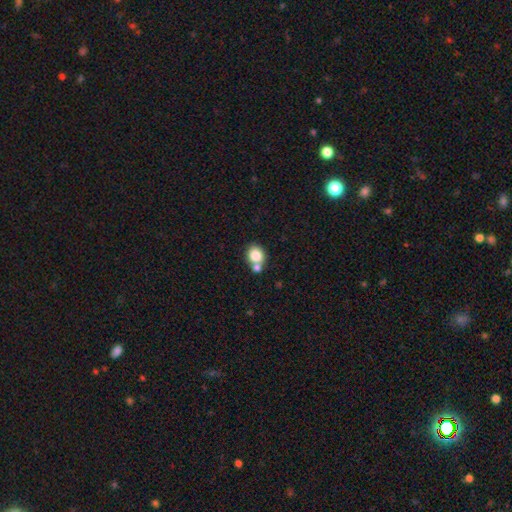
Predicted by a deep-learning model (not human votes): This is clearly a smooth galaxy (82%). How rounded: likely round (69%). Merging: possibly none (54%).